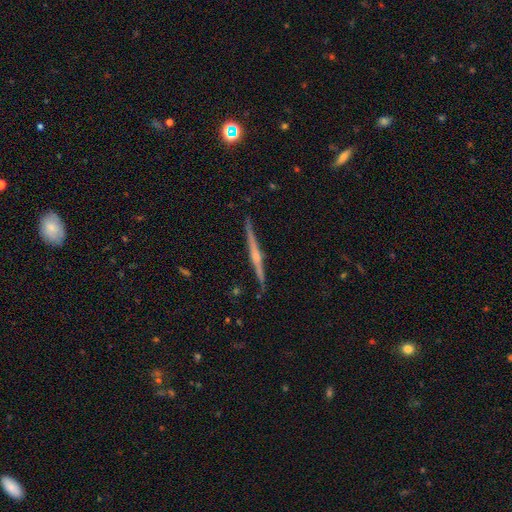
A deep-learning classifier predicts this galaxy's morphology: This appears to be a featured or disk galaxy (80%) viewed edge-on (98%) with a rounded central bulge (71%). Merging: none (89%).